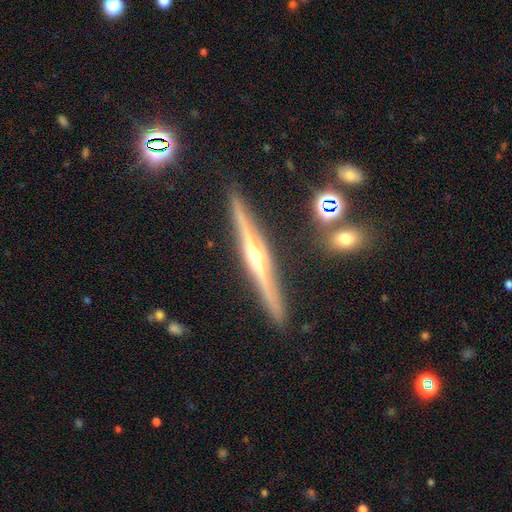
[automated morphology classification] Q: Smooth or featured?
A: featured or disk (84%); runner-up: smooth (10%)
Q: Edge-on disk?
A: yes (98%); runner-up: no (2%)
Q: Edge-on bulge?
A: rounded (91%); runner-up: none (5%)
Q: Merging?
A: none (90%); runner-up: minor disturbance (6%)